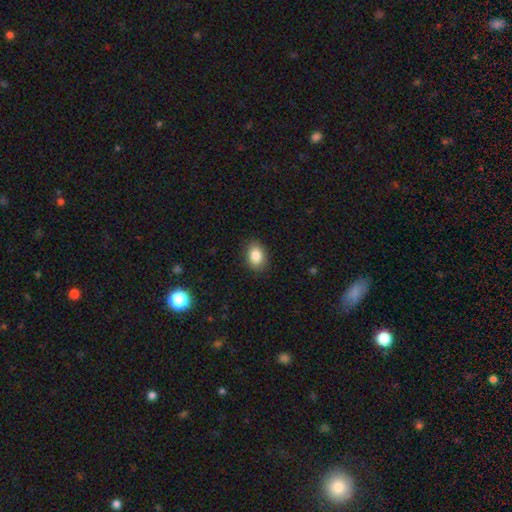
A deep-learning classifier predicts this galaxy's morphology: A smooth galaxy with no disk features (85%) that is in between round and cigar-shaped (77%).

Vote fractions:
- Smooth or featured? smooth: 85% / star or artifact: 9% / featured or disk: 6%
- How rounded? in between: 77% / round: 21% / cigar-shaped: 1%
- Merging? none: 88% / minor disturbance: 9% / major disturbance: 2% / merger: 1%